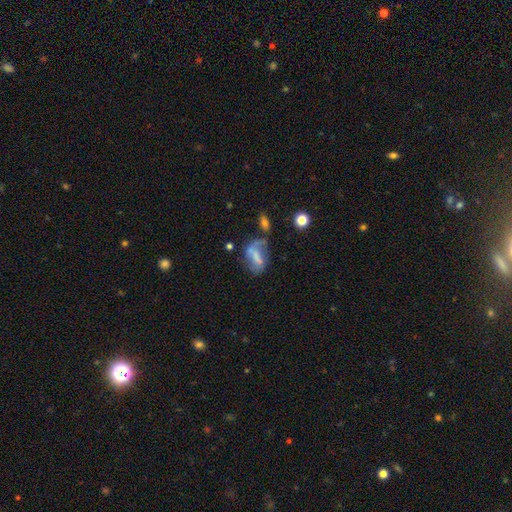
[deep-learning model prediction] The model was most divided on "smooth or featured": smooth: 47%, featured or disk: 42%, star or artifact: 11%. Remaining: merging — none (34%).